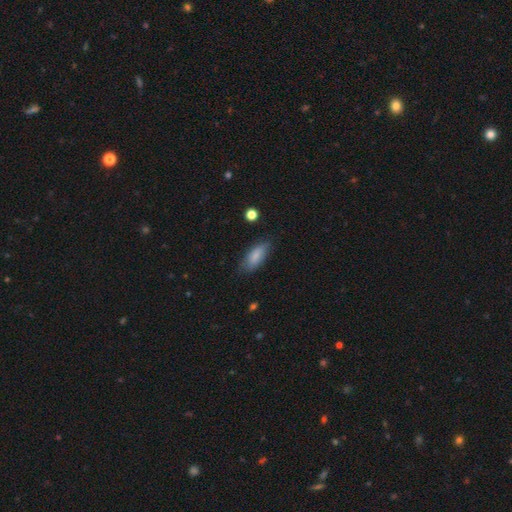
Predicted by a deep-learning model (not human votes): Smooth or featured? smooth (82%)
How rounded? in between (77%)
Merging? none (73%)